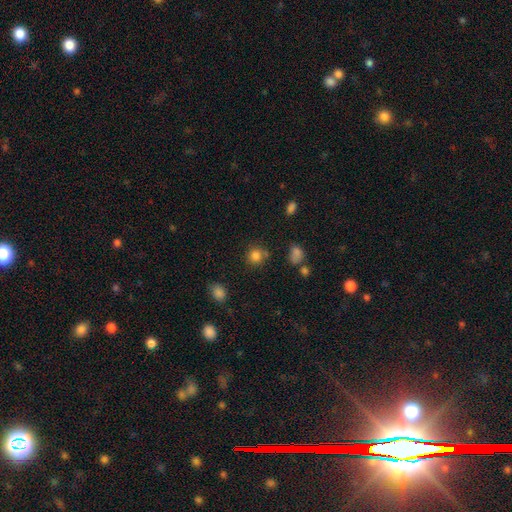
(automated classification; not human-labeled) Q: Smooth or featured?
A: smooth (82%); runner-up: star or artifact (13%)
Q: How rounded?
A: round (86%); runner-up: in between (13%)
Q: Merging?
A: none (73%); runner-up: minor disturbance (15%)